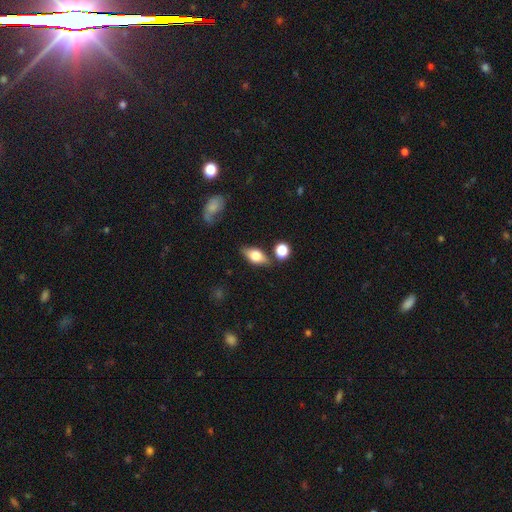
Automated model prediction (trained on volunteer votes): A smooth galaxy with no disk features (61%) that is in between round and cigar-shaped (80%).

Vote fractions:
- Smooth or featured? smooth: 61% / featured or disk: 31% / star or artifact: 8%
- How rounded? in between: 80% / cigar-shaped: 12% / round: 8%
- Merging? none: 75% / minor disturbance: 14% / merger: 6% / major disturbance: 4%